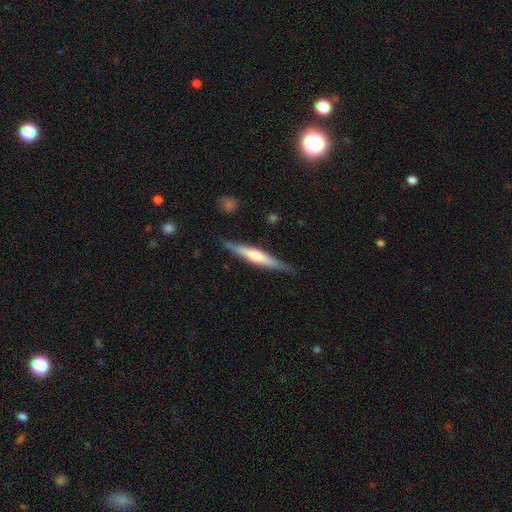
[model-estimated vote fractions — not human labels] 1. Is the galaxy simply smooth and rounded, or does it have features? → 55% featured or disk, 40% smooth, 5% star or artifact.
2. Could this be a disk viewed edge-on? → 94% yes, 6% no.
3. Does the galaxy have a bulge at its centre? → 62% rounded, 21% none, 16% boxy.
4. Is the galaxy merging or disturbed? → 82% none, 14% minor disturbance, 2% major disturbance, 2% merger.